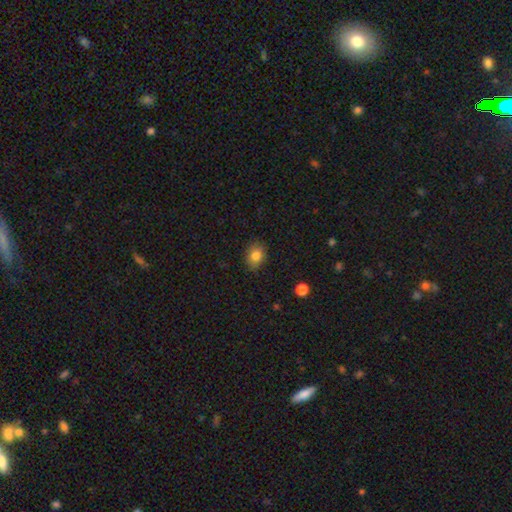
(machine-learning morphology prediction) Smooth or featured: smooth — 82% (star or artifact — 10%)
How rounded: in between — 59% (round — 40%)
Merging: none — 83% (minor disturbance — 14%)